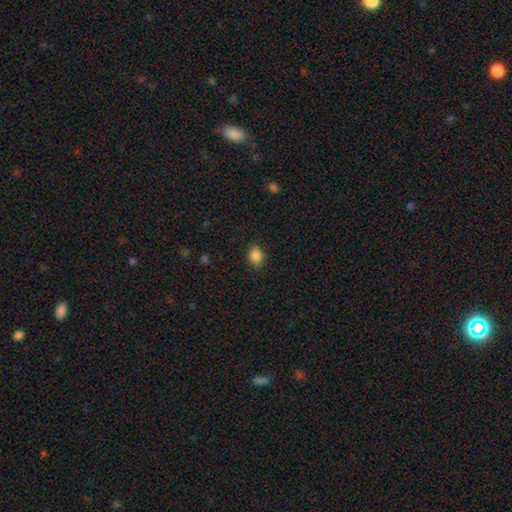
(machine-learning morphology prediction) This is clearly a smooth galaxy (87%). How rounded: possibly in between (53%). Merging: clearly none (86%).